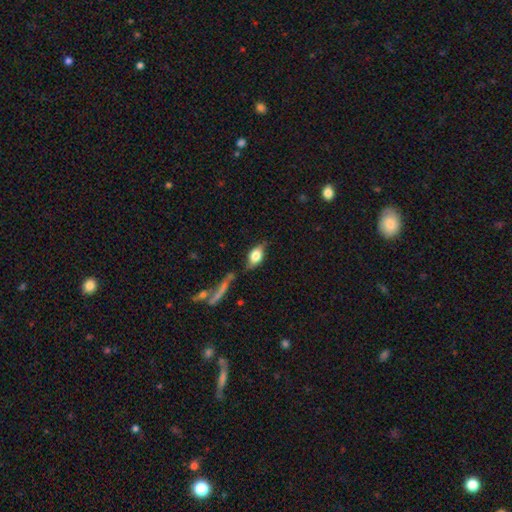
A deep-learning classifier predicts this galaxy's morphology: The model was most divided on "merging": none: 62%, minor disturbance: 20%, merger: 10%, major disturbance: 8%. More confident: how rounded — in between (82%); smooth or featured — smooth (69%).